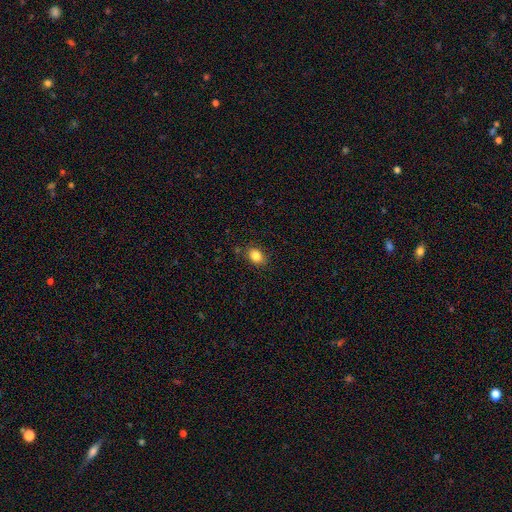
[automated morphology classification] A smooth galaxy with no disk features (84%) that is in between round and cigar-shaped (68%). Merging: none (83%).